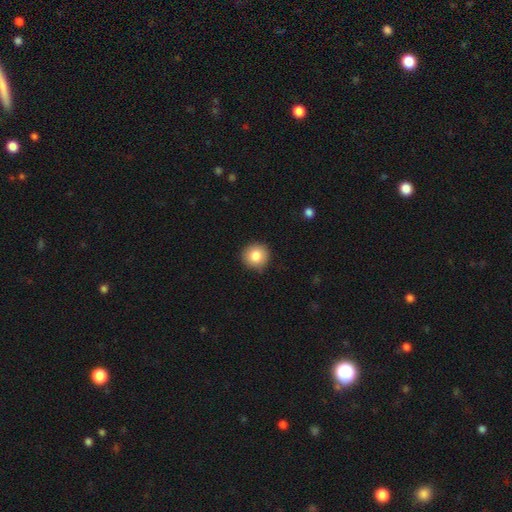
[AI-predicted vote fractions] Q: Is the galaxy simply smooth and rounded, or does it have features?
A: smooth — 83%.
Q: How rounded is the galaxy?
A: round — 93%.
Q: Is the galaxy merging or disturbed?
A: none — 88%.